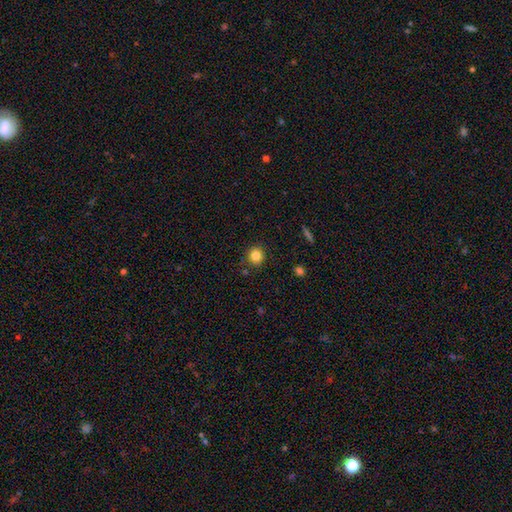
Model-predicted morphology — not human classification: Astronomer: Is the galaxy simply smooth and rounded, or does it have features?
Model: smooth — 83%.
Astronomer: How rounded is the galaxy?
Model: round — 90%.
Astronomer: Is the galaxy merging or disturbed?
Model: none — 87%.